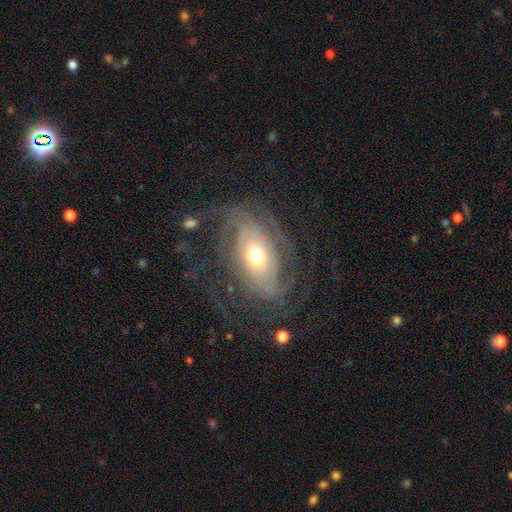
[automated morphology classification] featured or disk 81%, smooth 13%, star or artifact 6%. Down the decision tree: edge-on disk — no (94%); bar — no (75%); spiral arms — yes (86%); spiral arm count — can't tell (38%); spiral winding — tight (53%); bulge size — moderate (62%); merging — none (61%).